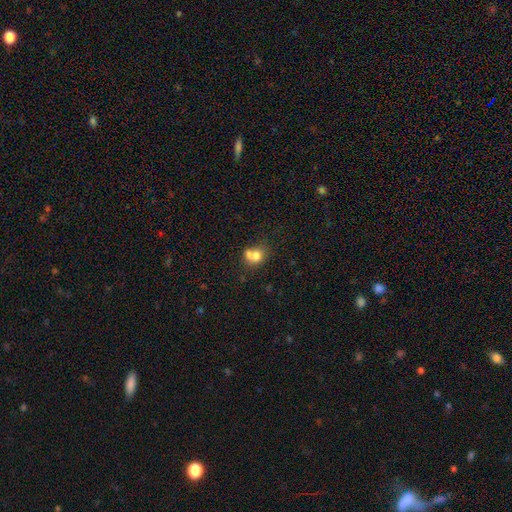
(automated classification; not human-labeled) Smooth or featured?
  - smooth: 73% *
  - featured or disk: 16%
  - star or artifact: 11%
How rounded?
  - round: 61% *
  - in between: 38%
  - cigar-shaped: 1%
Merging?
  - merger: 52% *
  - none: 32%
  - minor disturbance: 11%
  - major disturbance: 5%